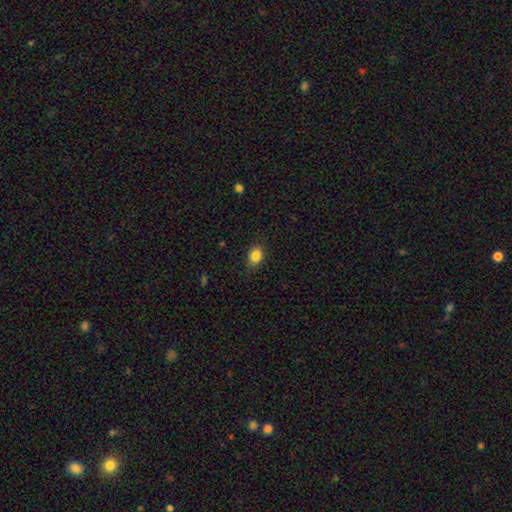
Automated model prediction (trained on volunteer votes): A smooth galaxy with no disk features (85%) that is in between round and cigar-shaped (53%). Merging: none (84%).